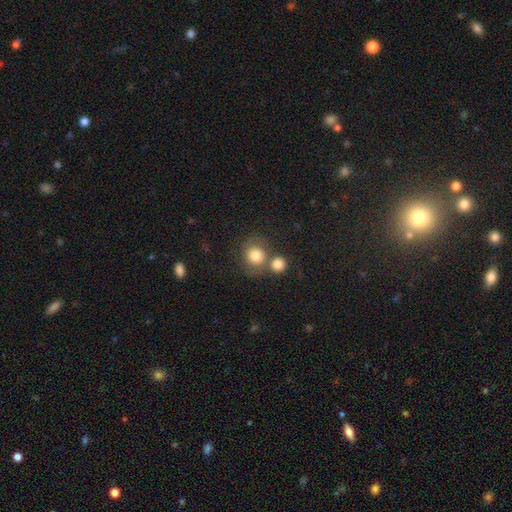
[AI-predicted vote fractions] Smooth or featured?
  - smooth: 79% *
  - featured or disk: 12%
  - star or artifact: 9%
How rounded?
  - round: 81% *
  - in between: 18%
  - cigar-shaped: 1%
Merging?
  - none: 53% *
  - merger: 30%
  - minor disturbance: 12%
  - major disturbance: 6%